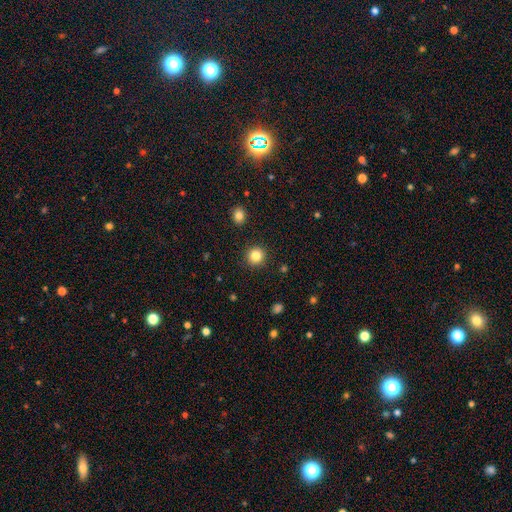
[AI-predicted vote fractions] Overall: smooth (83%). How rounded: round (93%). Merging: none (91%).